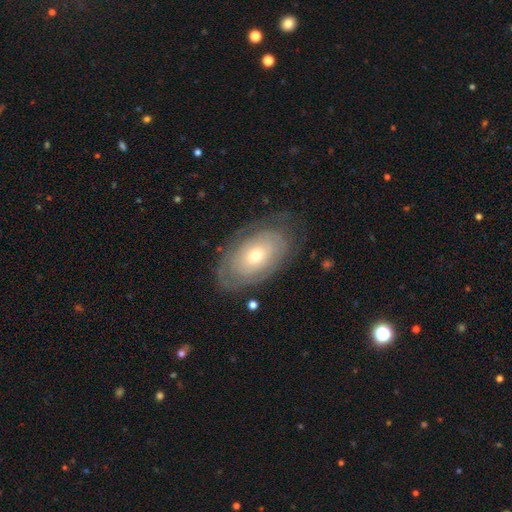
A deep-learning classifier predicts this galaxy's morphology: A featured or disk galaxy (60%) with no bar (85%), spiral arms (57%) and a moderate central bulge (48%). Merging: none (71%).